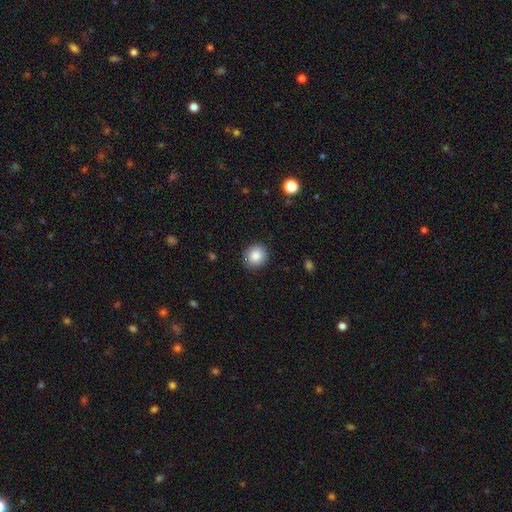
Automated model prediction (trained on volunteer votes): Morphology: type=smooth (87%); roundness=round (82%); merging=none (89%).